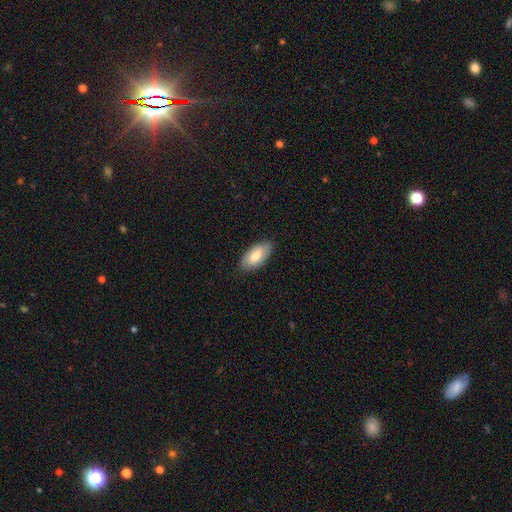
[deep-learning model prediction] This appears to be a smooth galaxy with no disk features (71%) that is in between round and cigar-shaped (93%). Merging: none (84%).